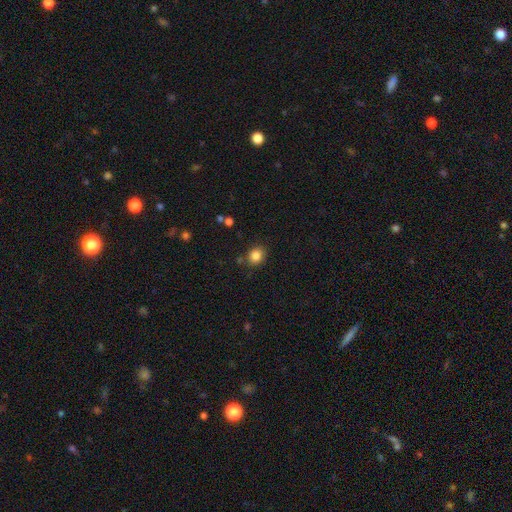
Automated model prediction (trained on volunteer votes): smooth_or_featured: smooth (p=0.84) [alt: star or artifact p=0.11]
how_rounded: round (p=0.70) [alt: in between p=0.29]
merging: none (p=0.83) [alt: minor disturbance p=0.10]